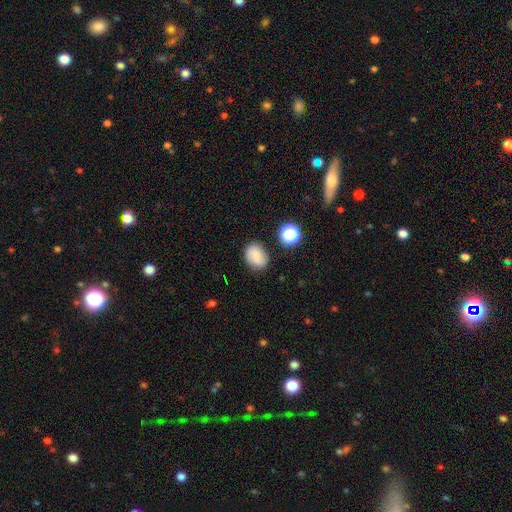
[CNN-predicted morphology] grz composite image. It shows a smooth galaxy with no disk features (67%) that is in between round and cigar-shaped (59%). Merging: none (79%).